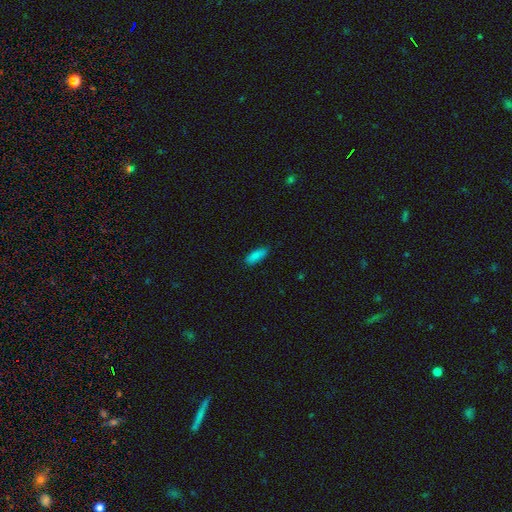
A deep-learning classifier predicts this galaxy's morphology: Smooth or featured? Predicted: smooth (p=0.86). How rounded? Predicted: in between (p=0.61). Merging? Predicted: none (p=0.85).